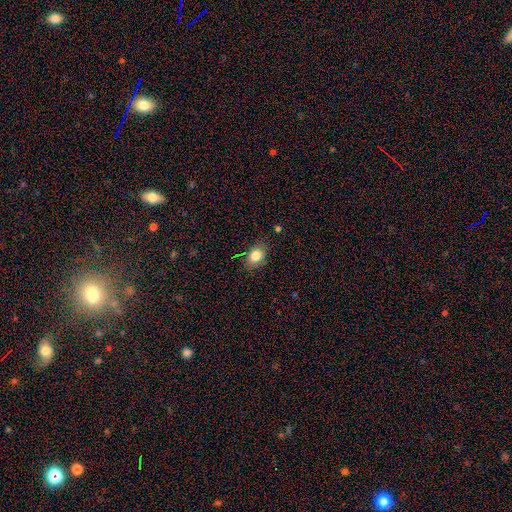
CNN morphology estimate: The model was most divided on "how rounded": in between: 75%, round: 23%, cigar-shaped: 1%. More confident: merging — none (83%); smooth or featured — smooth (81%).